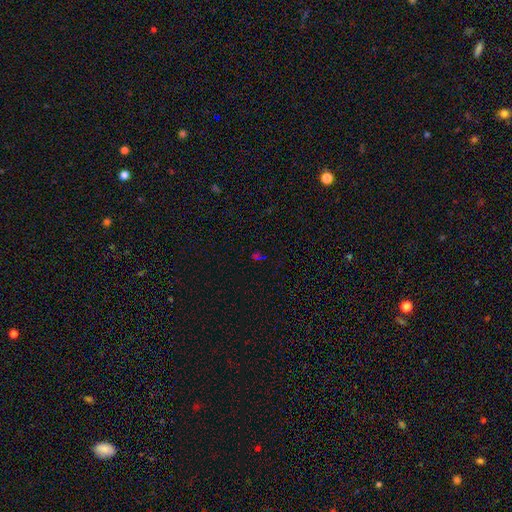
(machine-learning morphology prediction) smooth_or_featured: star or artifact (p=0.64) [alt: smooth p=0.26]